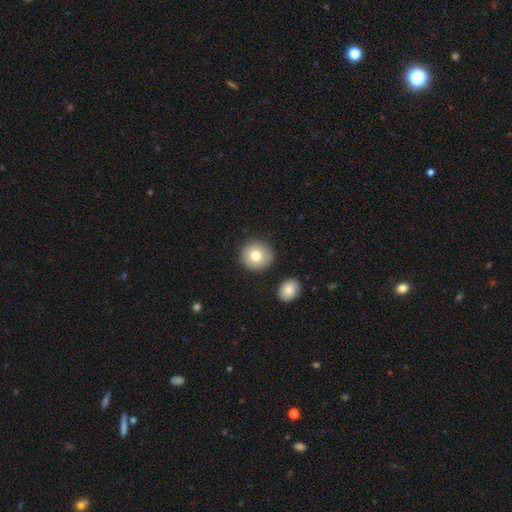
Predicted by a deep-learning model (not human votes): smooth 79%, featured or disk 13%, star or artifact 9%. Down the decision tree: how rounded — round (91%); merging — none (85%).